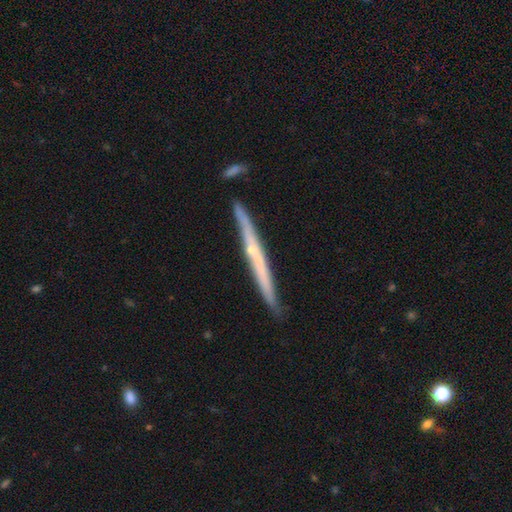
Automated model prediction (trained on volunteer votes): Overall: featured or disk (71%). Edge-on disk: yes (97%). Edge-on bulge: none (51%; rounded 45%). Merging: none (85%).